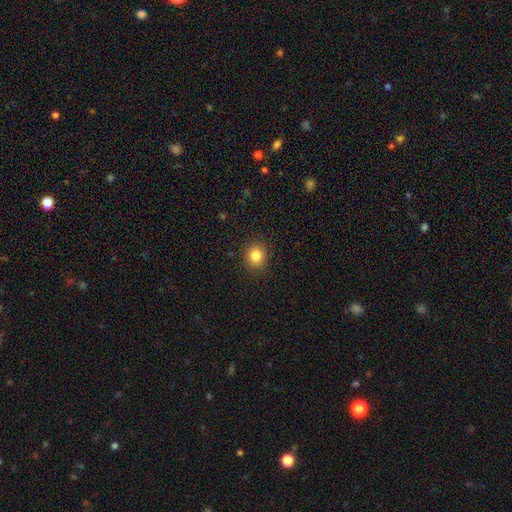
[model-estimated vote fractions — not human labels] A smooth galaxy with no disk features (83%) that is round (85%).

Vote fractions:
- Smooth or featured? smooth: 83% / star or artifact: 11% / featured or disk: 6%
- How rounded? round: 85% / in between: 14% / cigar-shaped: 1%
- Merging? none: 90% / minor disturbance: 7% / major disturbance: 2% / merger: 1%